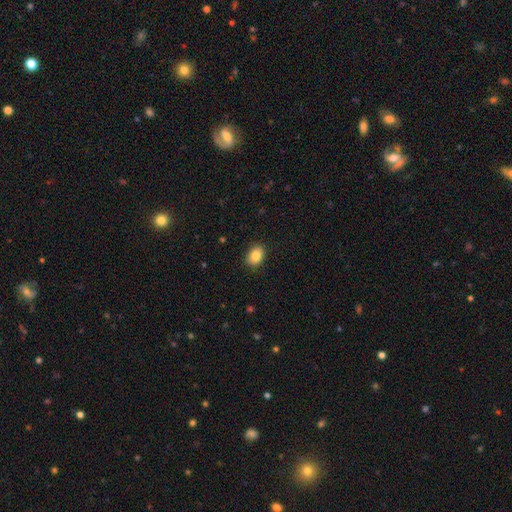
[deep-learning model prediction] A smooth galaxy with no disk features (85%) that is in between round and cigar-shaped (70%). Merging: none (87%).